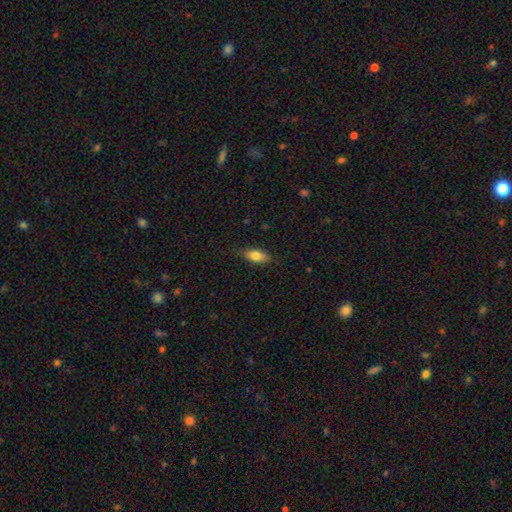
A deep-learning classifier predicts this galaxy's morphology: This appears to be a smooth galaxy with no disk features (78%) that is in between round and cigar-shaped (83%). Merging: none (83%).